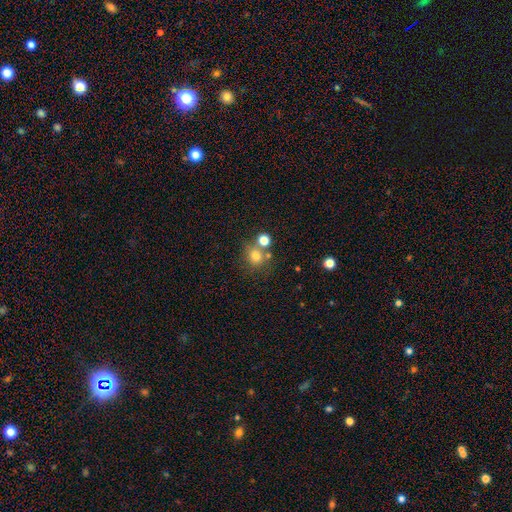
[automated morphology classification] The model was most divided on "merging": none: 60%, merger: 24%, minor disturbance: 11%, major disturbance: 5%. More confident: smooth or featured — smooth (76%); how rounded — round (75%).